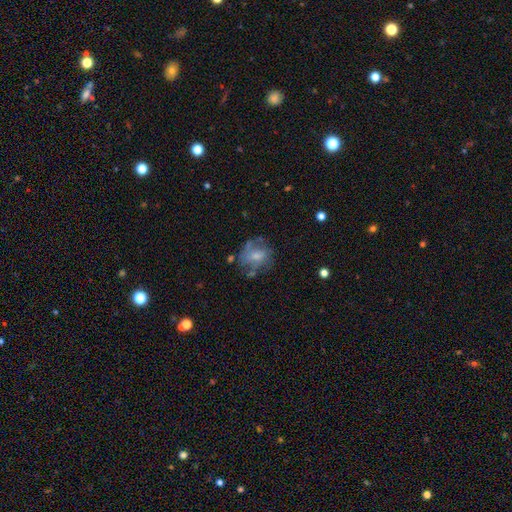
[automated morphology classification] Q: Smooth or featured?
A: featured or disk (48%); runner-up: smooth (43%)
Q: Merging?
A: none (51%); runner-up: minor disturbance (24%)